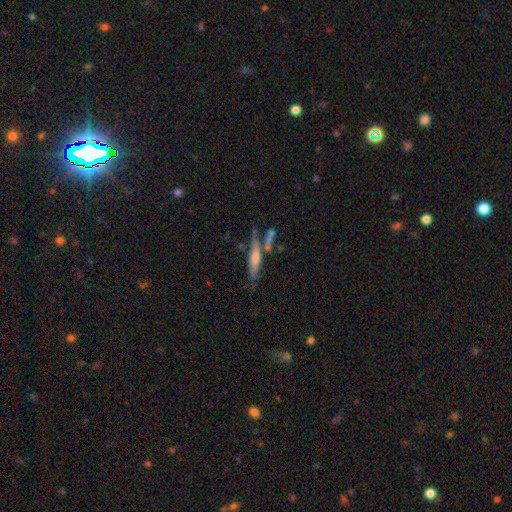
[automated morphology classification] Smooth or featured? featured or disk (60%)
Edge-on disk? yes (94%)
Edge-on bulge? rounded (59%)
Merging? none (71%)